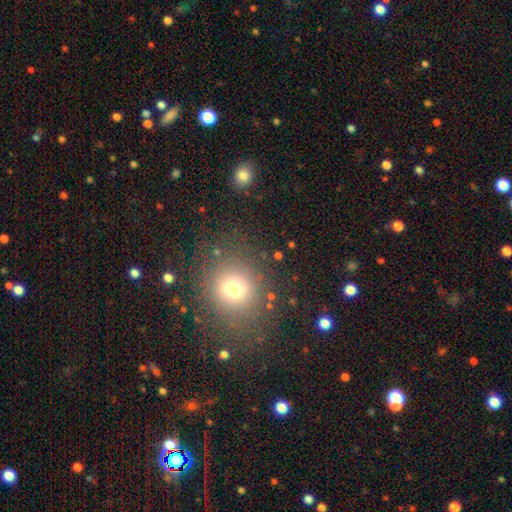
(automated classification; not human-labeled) A smooth galaxy with no disk features (68%) that is round (77%).

Vote fractions:
- Smooth or featured? smooth: 68% / star or artifact: 24% / featured or disk: 8%
- How rounded? round: 77% / in between: 22% / cigar-shaped: 1%
- Merging? none: 84% / minor disturbance: 9% / major disturbance: 4% / merger: 2%